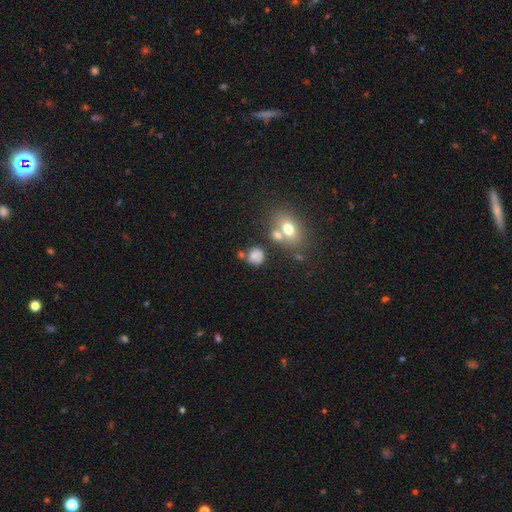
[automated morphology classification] smooth-or-featured: smooth: 74% | star or artifact: 14% | featured or disk: 12%
  how-rounded: round: 78% | in between: 21% | cigar-shaped: 1%
  merging: none: 60% | merger: 17% | minor disturbance: 16% | major disturbance: 7%